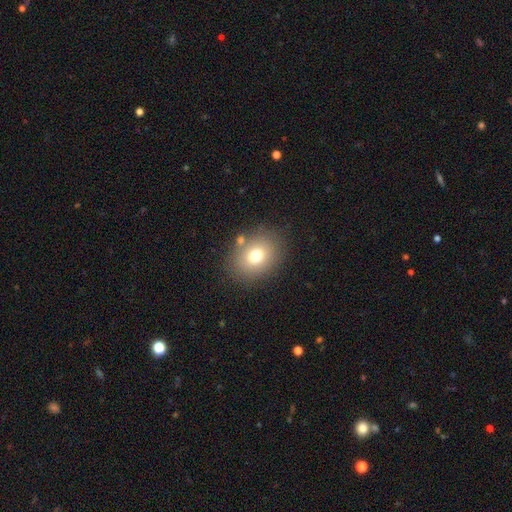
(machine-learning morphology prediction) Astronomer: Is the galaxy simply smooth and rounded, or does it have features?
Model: smooth — 73%.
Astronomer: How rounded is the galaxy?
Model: in between — 53% (runner-up: round, 46%).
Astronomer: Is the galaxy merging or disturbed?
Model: none — 80%.